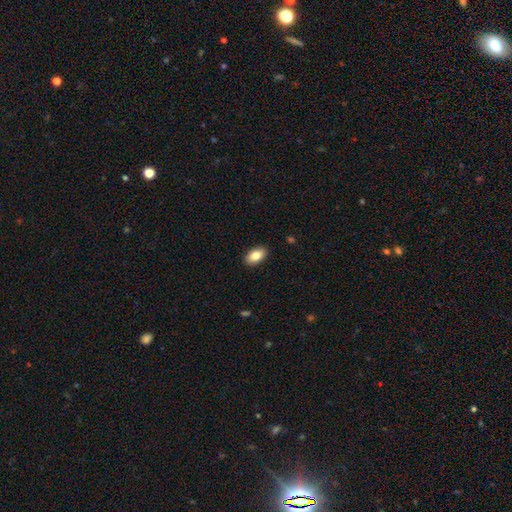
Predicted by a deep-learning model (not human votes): smooth-or-featured: smooth: 84% | featured or disk: 9% | star or artifact: 7%
  how-rounded: in between: 93% | round: 5% | cigar-shaped: 2%
  merging: none: 90% | minor disturbance: 8% | major disturbance: 2% | merger: 1%